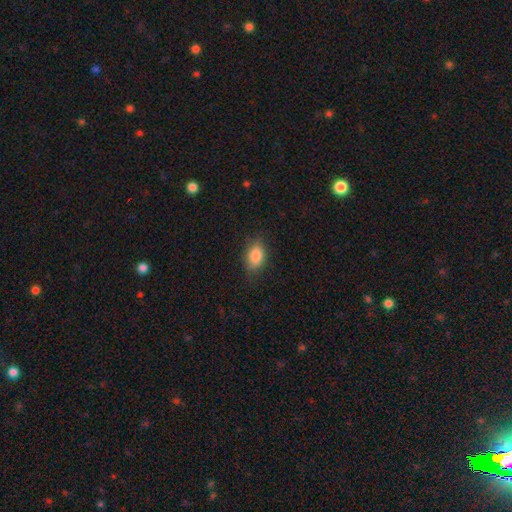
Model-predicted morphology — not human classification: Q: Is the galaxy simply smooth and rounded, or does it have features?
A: smooth — 84%.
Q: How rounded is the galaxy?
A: in between — 84%.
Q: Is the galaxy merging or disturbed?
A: none — 79%.